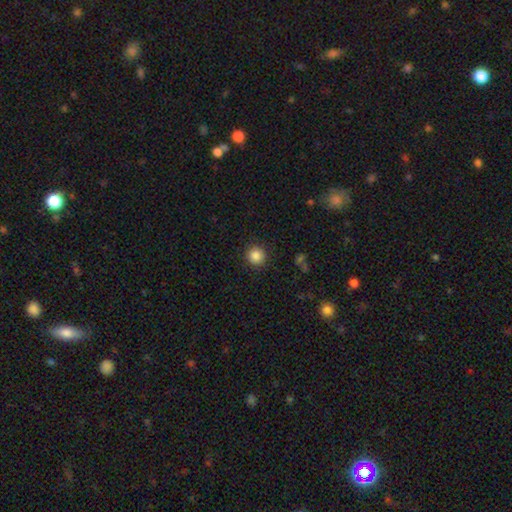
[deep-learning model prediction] Overall: smooth (86%). How rounded: round (93%). Merging: none (91%).